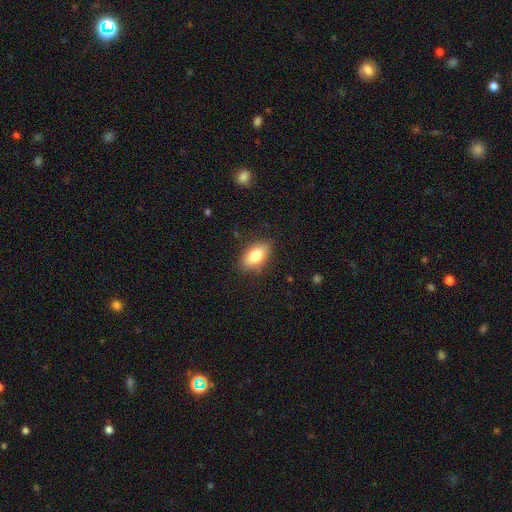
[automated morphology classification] Smooth or featured? smooth (80%)
How rounded? in between (89%)
Merging? none (83%)